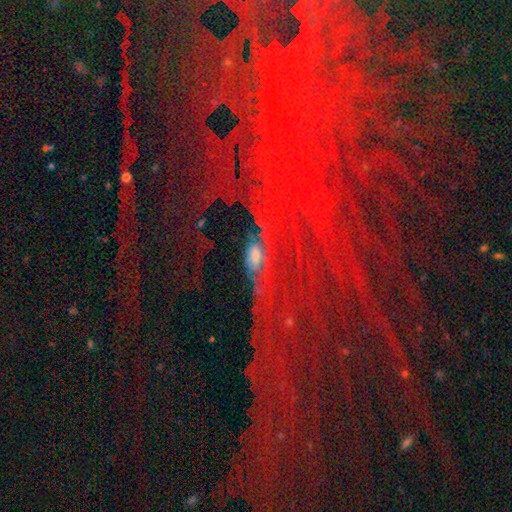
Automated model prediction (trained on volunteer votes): Smooth or featured? star or artifact (51%)